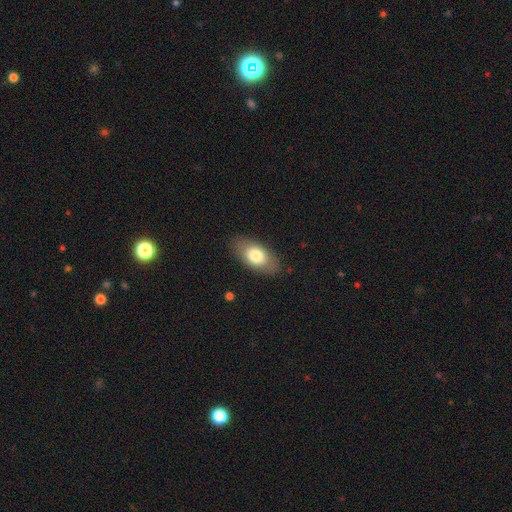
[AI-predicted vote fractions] smooth 75%, featured or disk 19%, star or artifact 6%. Down the decision tree: how rounded — in between (91%); merging — none (85%).